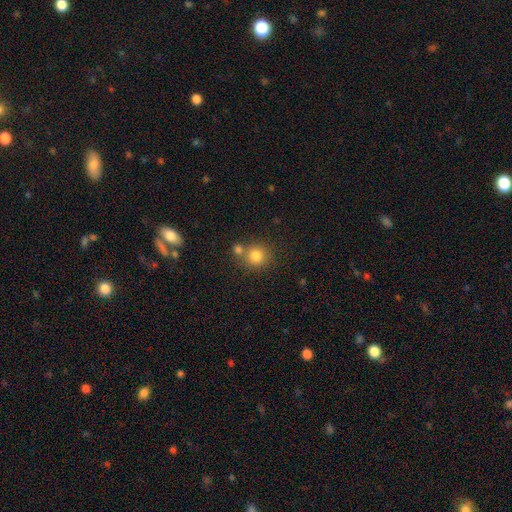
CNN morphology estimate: type=smooth (81%); roundness=round (89%); merging=none (63%).